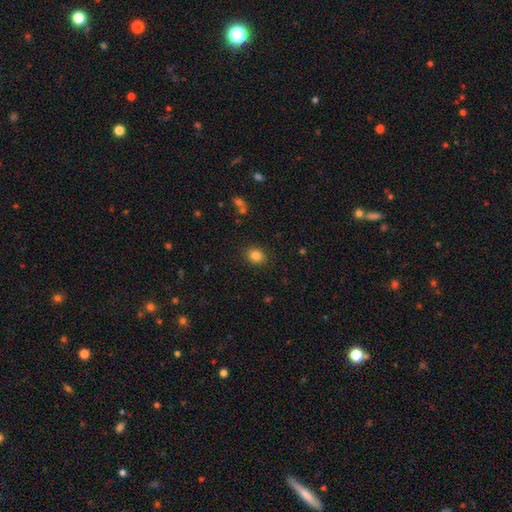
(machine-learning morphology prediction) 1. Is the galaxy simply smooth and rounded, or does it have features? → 83% smooth, 11% star or artifact, 6% featured or disk.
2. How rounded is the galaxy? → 57% round, 42% in between, 1% cigar-shaped.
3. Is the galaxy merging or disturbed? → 89% none, 8% minor disturbance, 2% major disturbance, 1% merger.